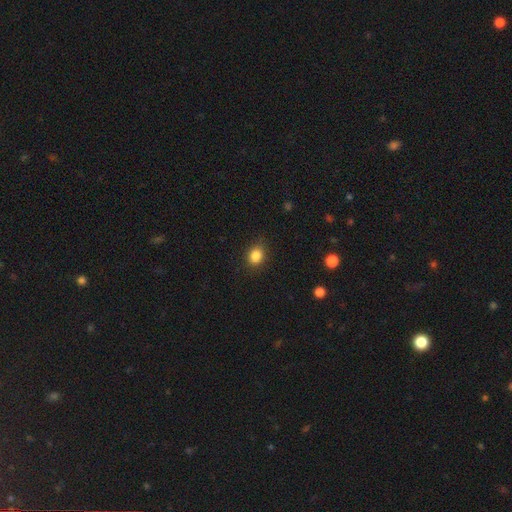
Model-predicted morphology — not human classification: Overall: smooth (85%). How rounded: round (51%; in between 48%). Merging: none (83%).